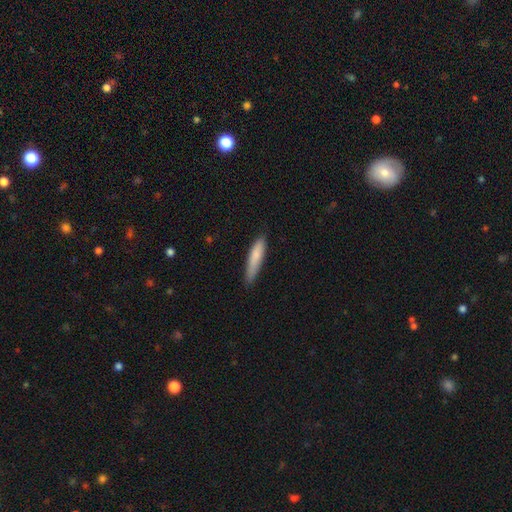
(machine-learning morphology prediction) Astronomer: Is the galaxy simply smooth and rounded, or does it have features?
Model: smooth — 80%.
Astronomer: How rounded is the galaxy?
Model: cigar-shaped — 86%.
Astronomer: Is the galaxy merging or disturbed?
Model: none — 77%.